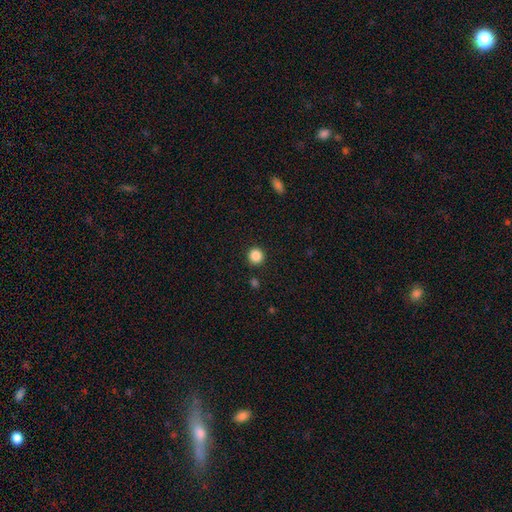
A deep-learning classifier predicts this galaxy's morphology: smooth_or_featured: smooth (p=0.87) [alt: star or artifact p=0.10]
how_rounded: round (p=0.94) [alt: in between p=0.05]
merging: none (p=0.91) [alt: minor disturbance p=0.05]